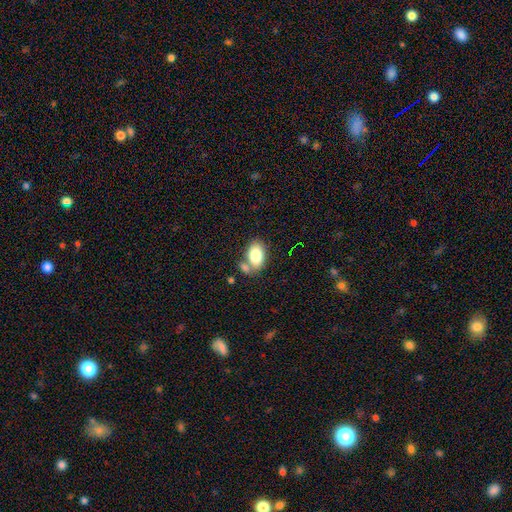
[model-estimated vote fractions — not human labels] smooth_or_featured: smooth (p=0.80) [alt: featured or disk p=0.13]
how_rounded: in between (p=0.88) [alt: round p=0.10]
merging: none (p=0.56) [alt: merger p=0.25]